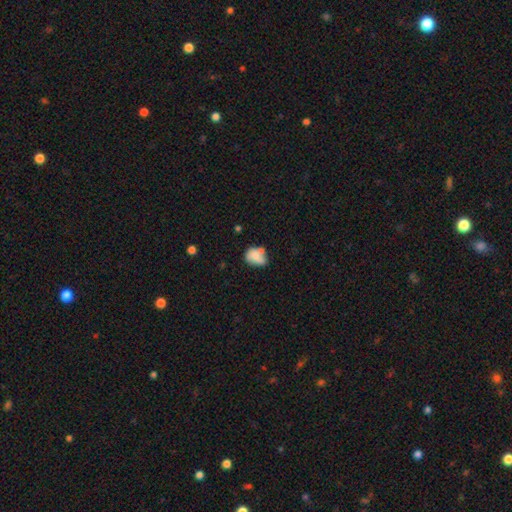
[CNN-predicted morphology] Smooth or featured: smooth — 65% (featured or disk — 26%)
How rounded: in between — 63% (round — 35%)
Merging: none — 38% (minor disturbance — 27%)